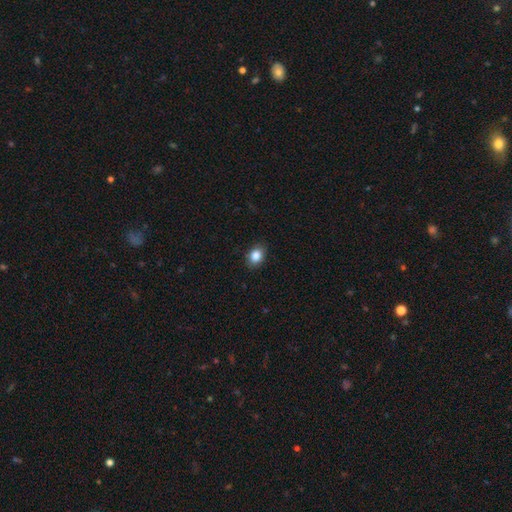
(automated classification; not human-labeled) This is clearly a smooth galaxy (86%). How rounded: likely in between (65%). Merging: clearly none (87%).